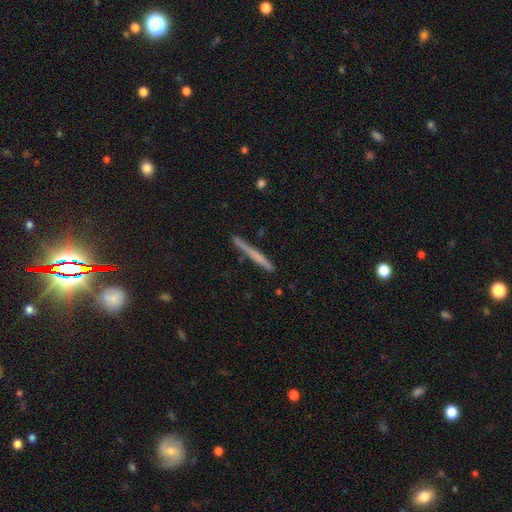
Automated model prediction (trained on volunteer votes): This appears to be a smooth galaxy with no disk features (52%) that is cigar-shaped (97%). Merging: none (87%).